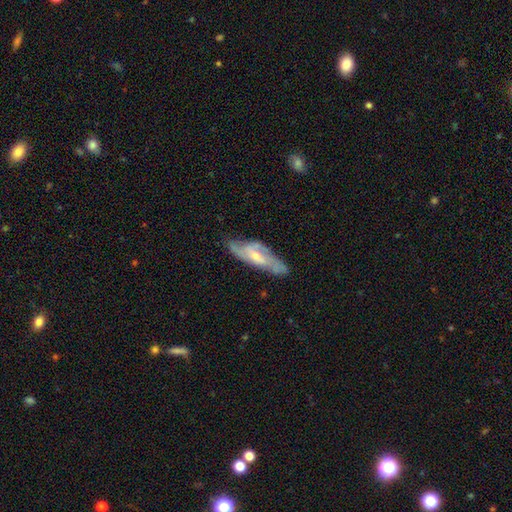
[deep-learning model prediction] A featured or disk galaxy (74%) with no bar (52%), 2 (47%) medium (45%) spiral arms (88%) and a small central bulge (55%). Merging: none (68%).